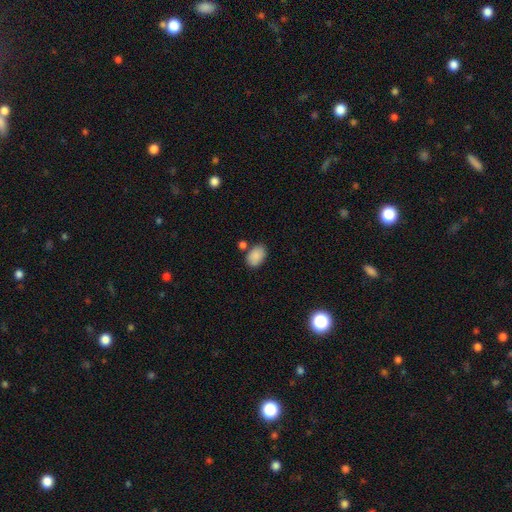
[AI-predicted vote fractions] smooth_or_featured: smooth (p=0.88) [alt: star or artifact p=0.08]
how_rounded: in between (p=0.87) [alt: round p=0.12]
merging: none (p=0.72) [alt: minor disturbance p=0.14]